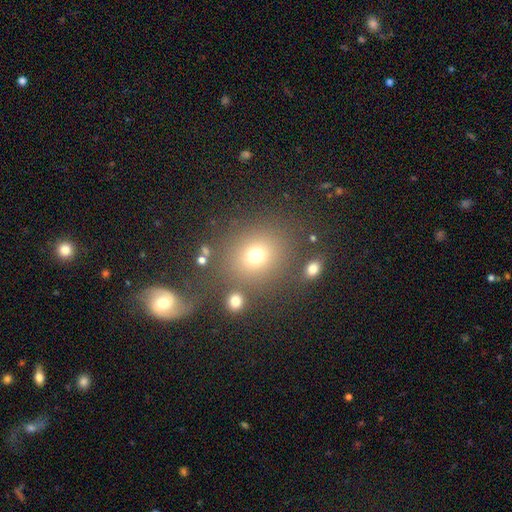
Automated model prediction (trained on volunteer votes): Smooth or featured: smooth — 71% (star or artifact — 18%)
How rounded: round — 79% (in between — 20%)
Merging: none — 75% (minor disturbance — 10%)